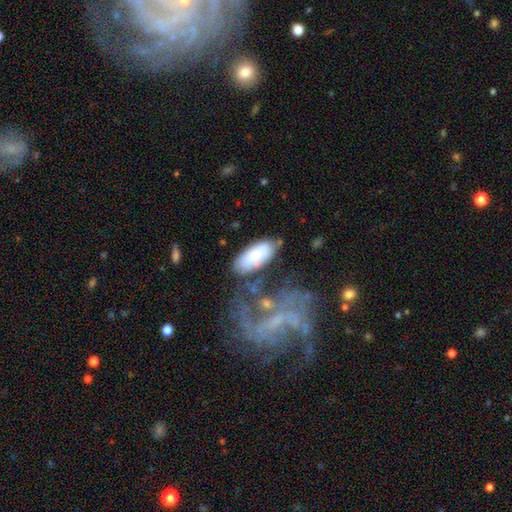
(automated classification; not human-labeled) Overall: smooth (70%). How rounded: in between (83%). Merging: none (62%).